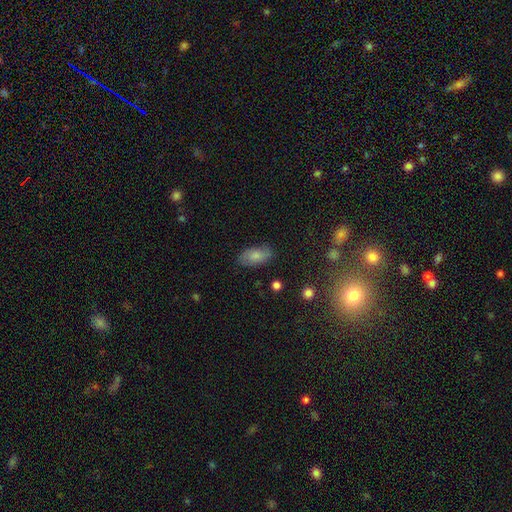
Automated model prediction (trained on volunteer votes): Morphology: type=smooth (77%); roundness=in between (93%); merging=none (78%).